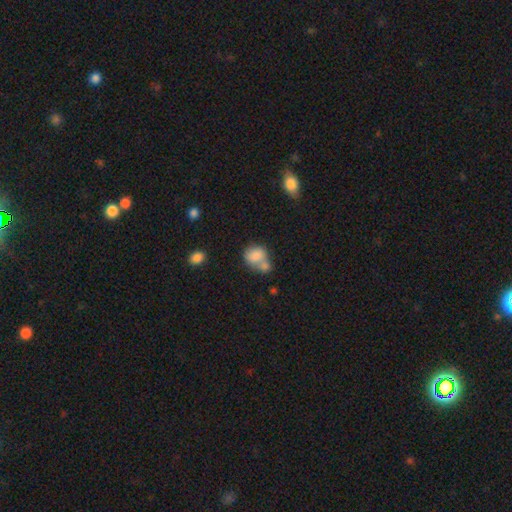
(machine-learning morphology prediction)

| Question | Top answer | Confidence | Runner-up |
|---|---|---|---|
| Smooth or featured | smooth | 81% | featured or disk (10%) |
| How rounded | round | 59% | in between (39%) |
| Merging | merger | 51% | none (31%) |